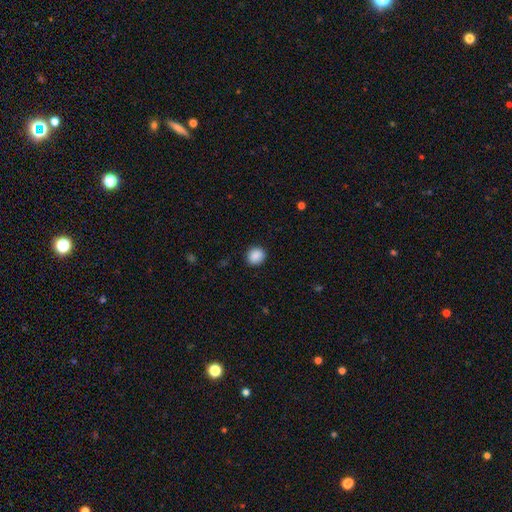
A smooth galaxy with no disk features (90%) that is round (80%). Merging: none (89%).